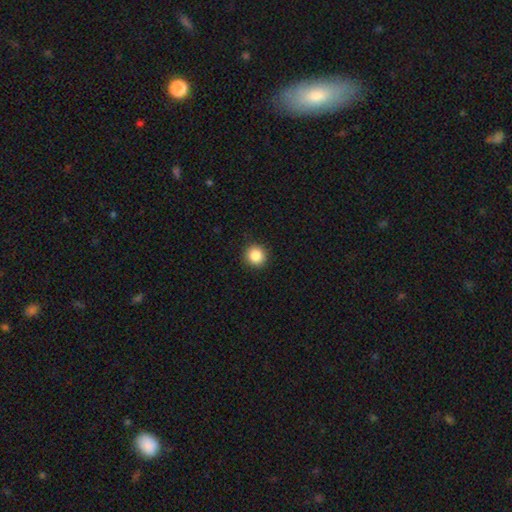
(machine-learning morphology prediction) Q: Smooth or featured?
A: smooth (87%); runner-up: star or artifact (10%)
Q: How rounded?
A: round (93%); runner-up: in between (6%)
Q: Merging?
A: none (92%); runner-up: minor disturbance (5%)